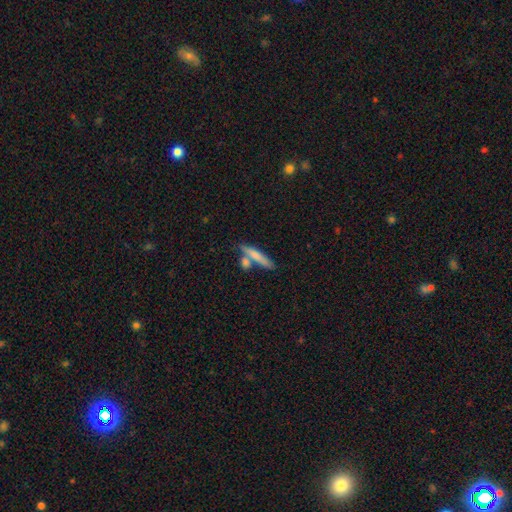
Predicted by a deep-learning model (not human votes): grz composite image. It shows a smooth galaxy with no disk features (69%) that is cigar-shaped (82%). Merging: none (58%).